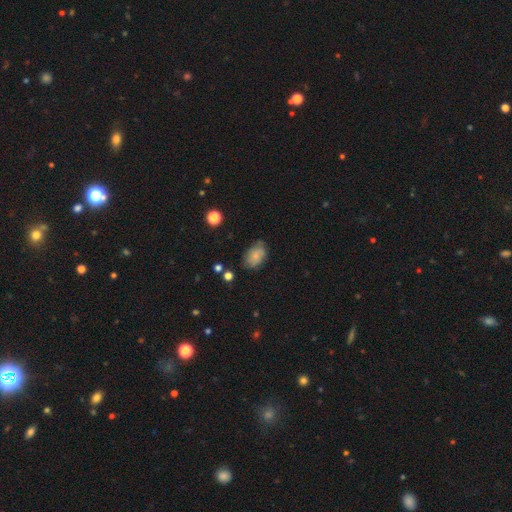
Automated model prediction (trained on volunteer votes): Q: Smooth or featured?
A: smooth (72%); runner-up: featured or disk (19%)
Q: How rounded?
A: in between (86%); runner-up: round (13%)
Q: Merging?
A: none (66%); runner-up: minor disturbance (25%)